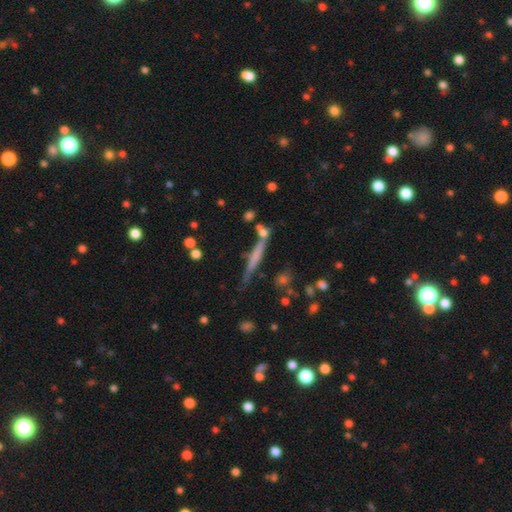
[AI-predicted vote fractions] The model was most divided on "smooth or featured": featured or disk: 51%, smooth: 39%, star or artifact: 10%. More confident: edge-on disk — yes (94%); merging — none (71%).